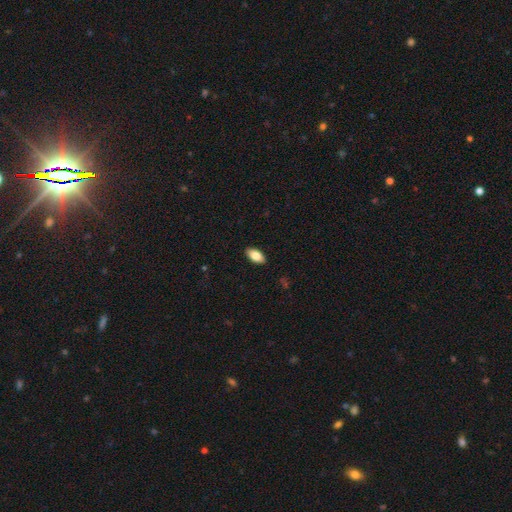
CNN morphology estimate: Q: Smooth or featured?
A: smooth (82%); runner-up: featured or disk (11%)
Q: How rounded?
A: in between (92%); runner-up: cigar-shaped (6%)
Q: Merging?
A: none (90%); runner-up: minor disturbance (7%)